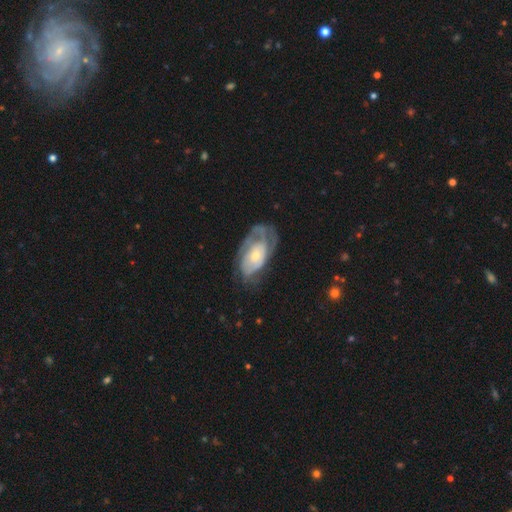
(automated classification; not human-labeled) Q: Smooth or featured?
A: featured or disk (73%); runner-up: smooth (22%)
Q: Edge-on disk?
A: no (95%); runner-up: yes (5%)
Q: Bar?
A: no (75%); runner-up: weak (21%)
Q: Spiral arms?
A: yes (81%); runner-up: no (19%)
Q: Spiral winding?
A: tight (55%); runner-up: medium (32%)
Q: Spiral arm count?
A: can't tell (46%); runner-up: 2 (27%)
Q: Bulge size?
A: small (48%); runner-up: moderate (42%)
Q: Merging?
A: none (49%); runner-up: minor disturbance (26%)